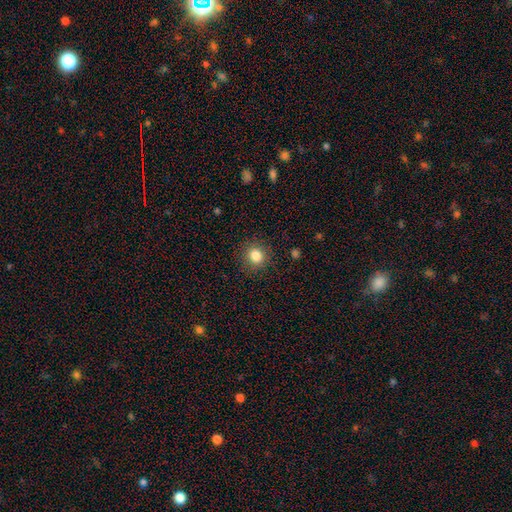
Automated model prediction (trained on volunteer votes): A smooth galaxy with no disk features (83%) that is round (85%). Merging: none (89%).